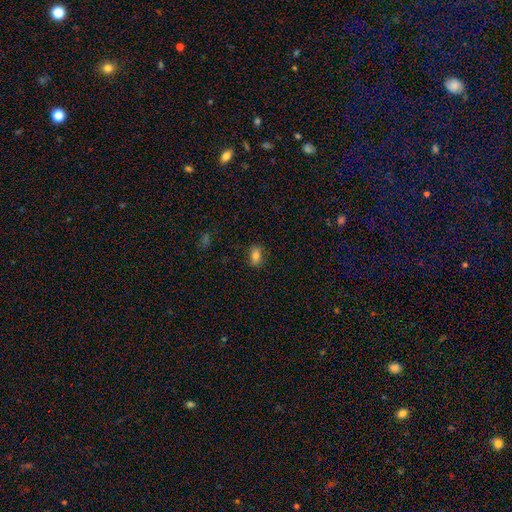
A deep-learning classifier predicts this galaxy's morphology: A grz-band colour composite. It shows a smooth galaxy with no disk features (78%) that is in between round and cigar-shaped (81%). Merging: none (83%).